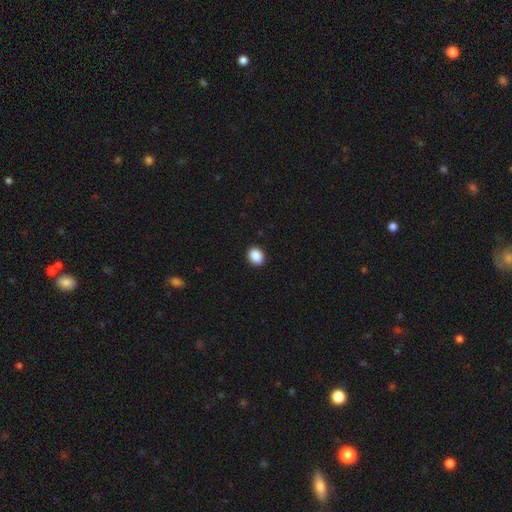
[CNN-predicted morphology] type=smooth (90%); roundness=round (50%); merging=none (91%).